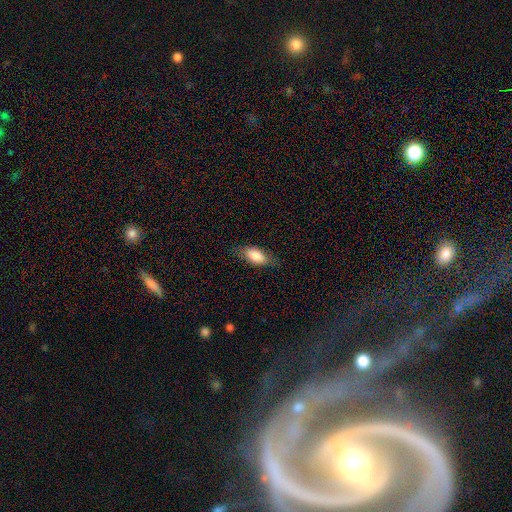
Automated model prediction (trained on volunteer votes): A smooth galaxy with no disk features (81%) that is in between round and cigar-shaped (84%). Merging: none (76%).